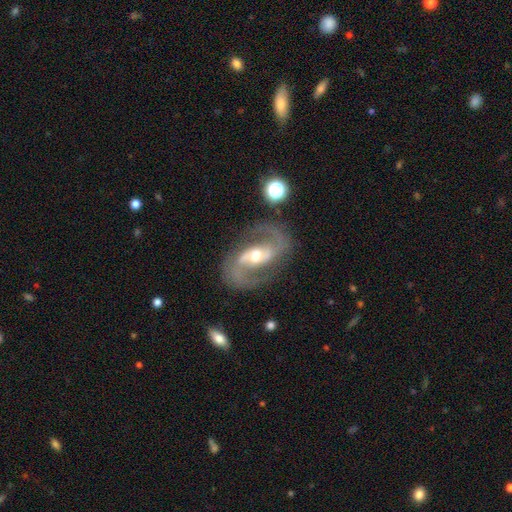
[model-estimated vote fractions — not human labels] A featured or disk galaxy (90%) with a weak bar (39%), 2 (93%) medium (58%) spiral arms (96%) and a moderate central bulge (70%). Merging: none (80%).